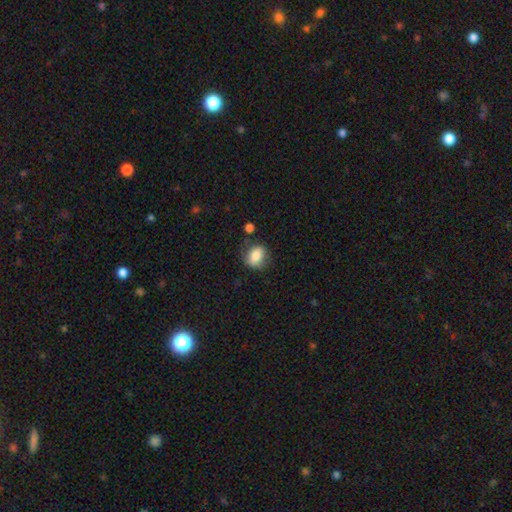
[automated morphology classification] This is clearly a smooth galaxy (82%). How rounded: possibly in between (56%). Merging: likely none (64%).